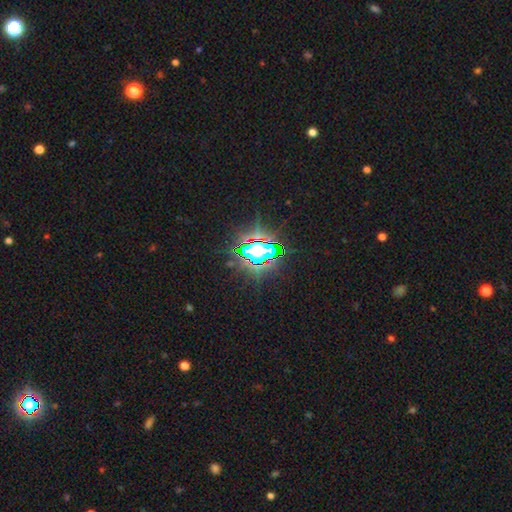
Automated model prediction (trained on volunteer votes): This appears to be a star or artifact, not a galaxy (76%).